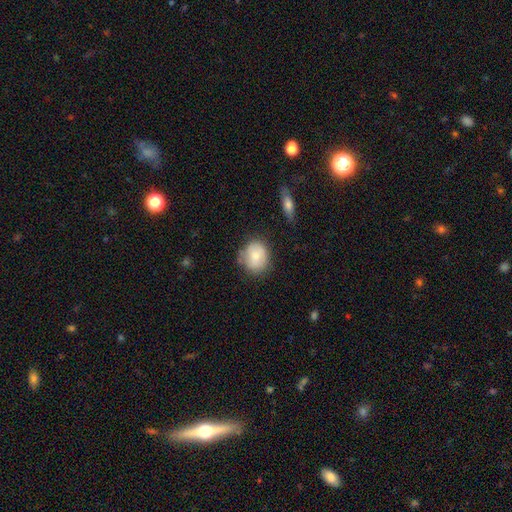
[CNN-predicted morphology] Smooth or featured?
  - smooth: 76% *
  - featured or disk: 16%
  - star or artifact: 7%
How rounded?
  - round: 65% *
  - in between: 34%
  - cigar-shaped: 1%
Merging?
  - none: 67% *
  - minor disturbance: 23%
  - major disturbance: 6%
  - merger: 5%